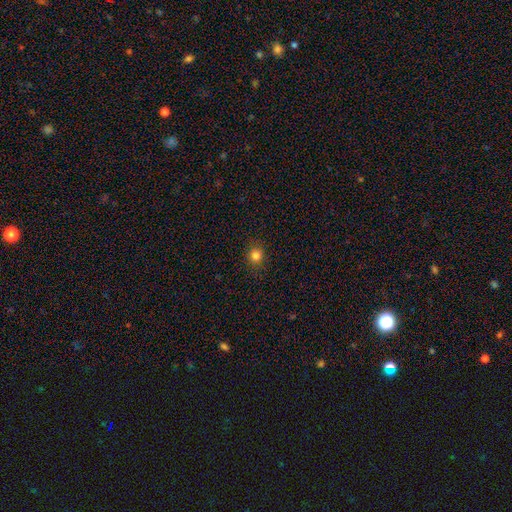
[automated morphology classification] The model was most divided on "how rounded": round: 83%, in between: 16%, cigar-shaped: 1%. More confident: merging — none (89%); smooth or featured — smooth (81%).